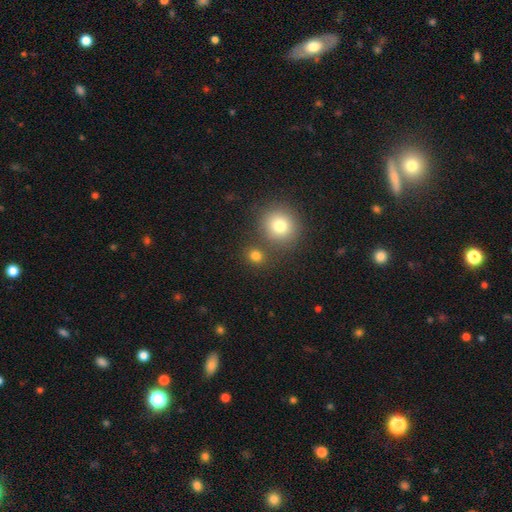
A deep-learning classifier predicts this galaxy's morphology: type=smooth (79%); roundness=round (80%); merging=none (74%).